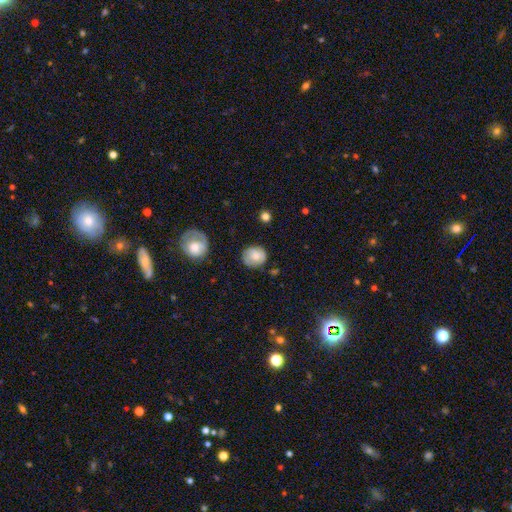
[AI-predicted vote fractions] This is likely a smooth galaxy (78%). How rounded: likely round (77%). Merging: likely none (75%).